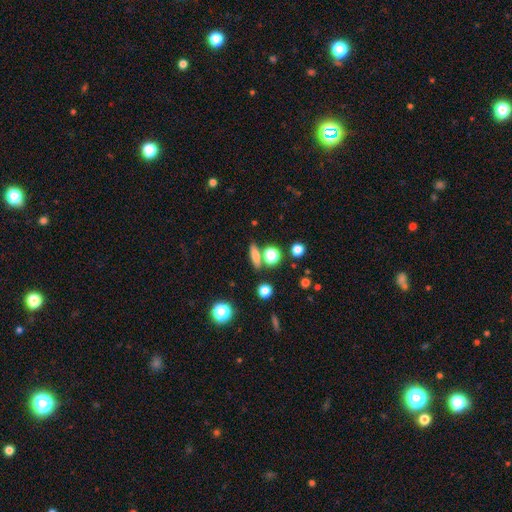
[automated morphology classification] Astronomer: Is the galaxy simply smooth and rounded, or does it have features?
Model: smooth — 67%.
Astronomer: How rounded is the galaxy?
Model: cigar-shaped — 45% (runner-up: in between, 36%).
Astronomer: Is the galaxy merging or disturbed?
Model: none — 72%.